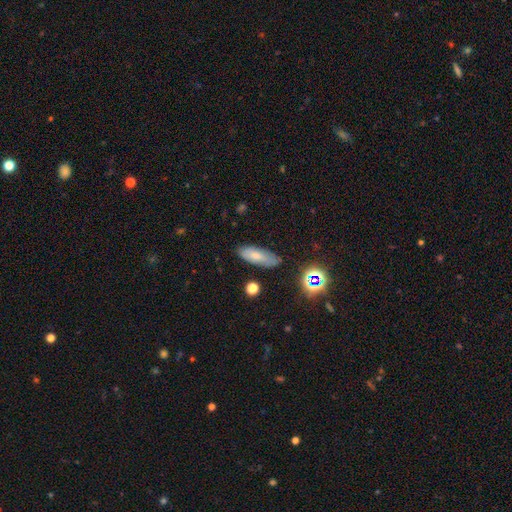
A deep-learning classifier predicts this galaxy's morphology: smooth-or-featured: smooth: 71% | featured or disk: 18% | star or artifact: 10%
  how-rounded: in between: 67% | cigar-shaped: 30% | round: 3%
  merging: none: 75% | minor disturbance: 18% | major disturbance: 4% | merger: 2%